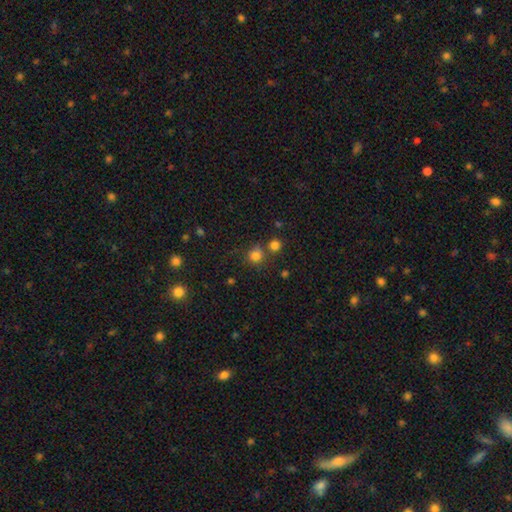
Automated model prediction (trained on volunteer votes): The model was most divided on "merging": none: 67%, merger: 18%, minor disturbance: 11%, major disturbance: 4%. More confident: how rounded — round (88%); smooth or featured — smooth (79%).